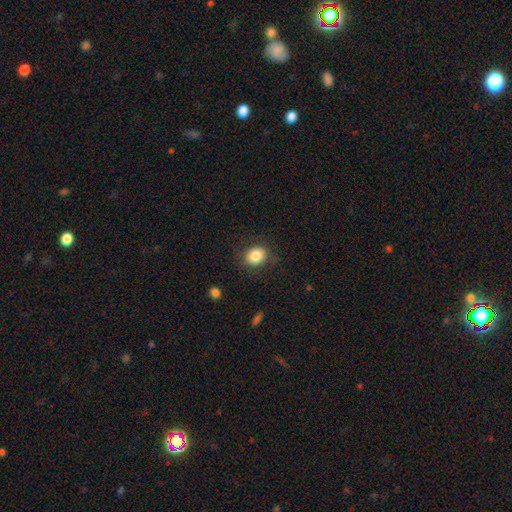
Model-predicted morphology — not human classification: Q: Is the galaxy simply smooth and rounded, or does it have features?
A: smooth — 84%.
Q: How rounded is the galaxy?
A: round — 64%.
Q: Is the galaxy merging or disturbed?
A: none — 80%.